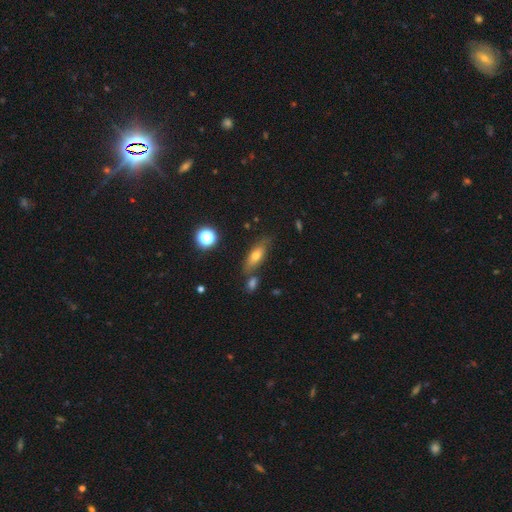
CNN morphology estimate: Smooth or featured? Predicted: smooth (p=0.62). How rounded? Predicted: in between (p=0.64). Merging? Predicted: none (p=0.69).